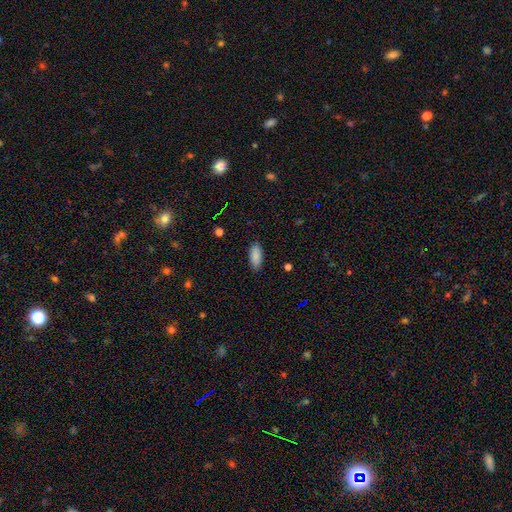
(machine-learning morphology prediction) A smooth galaxy with no disk features (89%) that is in between round and cigar-shaped (83%).

Vote fractions:
- Smooth or featured? smooth: 89% / star or artifact: 7% / featured or disk: 4%
- How rounded? in between: 83% / cigar-shaped: 15% / round: 2%
- Merging? none: 87% / minor disturbance: 10% / major disturbance: 2% / merger: 1%